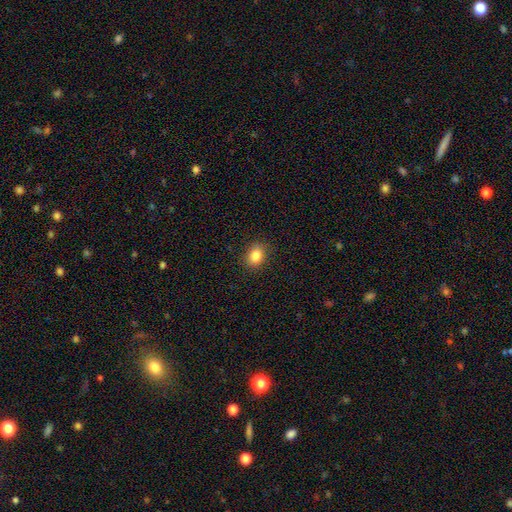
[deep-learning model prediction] This appears to be a smooth galaxy with no disk features (84%) that is in between round and cigar-shaped (58%). Merging: none (88%).